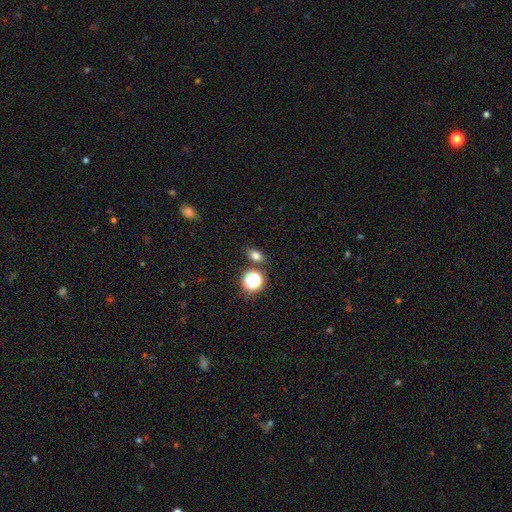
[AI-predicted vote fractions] smooth-or-featured: smooth: 72% | star or artifact: 19% | featured or disk: 9%
  how-rounded: in between: 68% | round: 29% | cigar-shaped: 3%
  merging: none: 79% | minor disturbance: 10% | merger: 7% | major disturbance: 3%